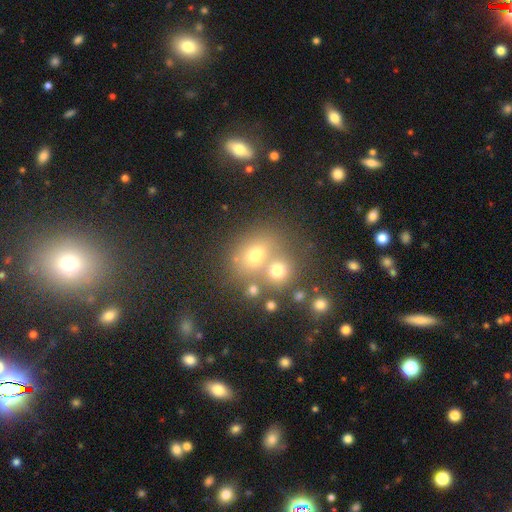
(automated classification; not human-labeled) Smooth or featured?
  - smooth: 64% *
  - star or artifact: 20%
  - featured or disk: 16%
How rounded?
  - round: 59% *
  - in between: 39%
  - cigar-shaped: 1%
Merging?
  - none: 45% *
  - merger: 40%
  - minor disturbance: 9%
  - major disturbance: 5%